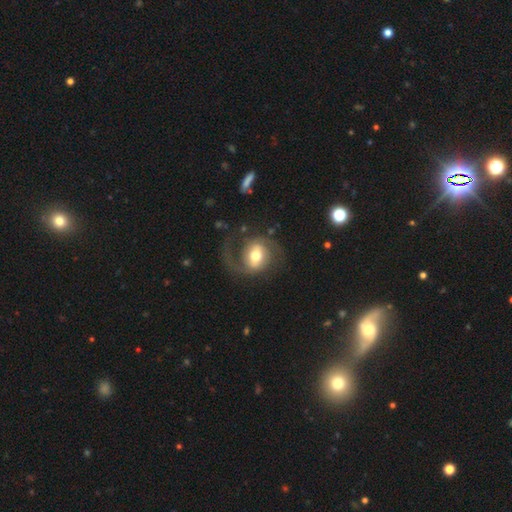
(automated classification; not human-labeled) This appears to be a featured or disk galaxy (71%) with a weak bar (39%), 2 (77%) medium (46%) spiral arms (87%) and a moderate central bulge (66%). Merging: none (60%).